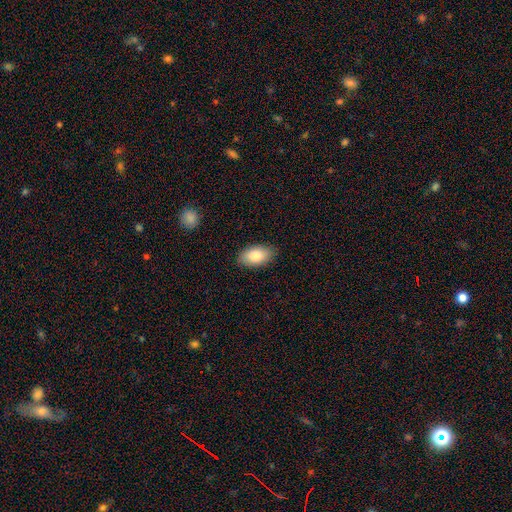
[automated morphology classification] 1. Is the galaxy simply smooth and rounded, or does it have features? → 85% smooth, 9% featured or disk, 6% star or artifact.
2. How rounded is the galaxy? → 94% in between, 4% round, 2% cigar-shaped.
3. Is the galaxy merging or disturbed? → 86% none, 11% minor disturbance, 2% major disturbance, 1% merger.